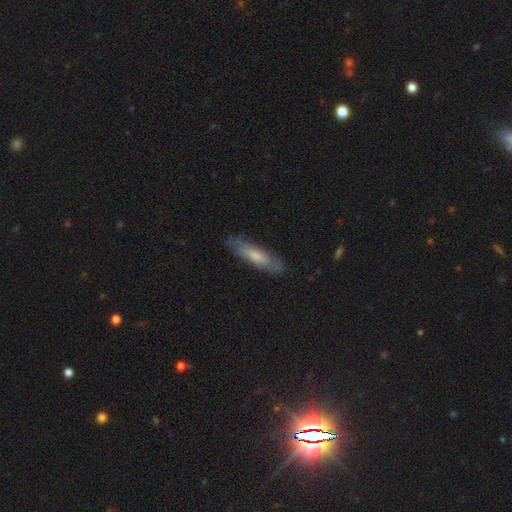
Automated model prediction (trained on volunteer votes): Smooth or featured?
  - smooth: 59% *
  - featured or disk: 35%
  - star or artifact: 6%
How rounded?
  - cigar-shaped: 66% *
  - in between: 33%
  - round: 2%
Merging?
  - none: 77% *
  - minor disturbance: 18%
  - major disturbance: 4%
  - merger: 1%